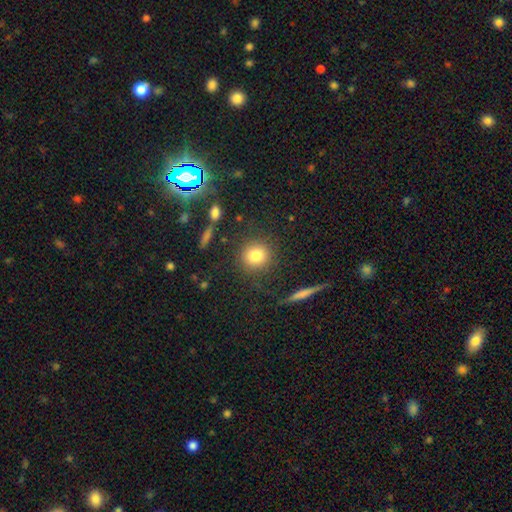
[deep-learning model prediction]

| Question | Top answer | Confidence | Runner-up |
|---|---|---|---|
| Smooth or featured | smooth | 82% | star or artifact (10%) |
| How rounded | round | 86% | in between (12%) |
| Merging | none | 84% | minor disturbance (9%) |